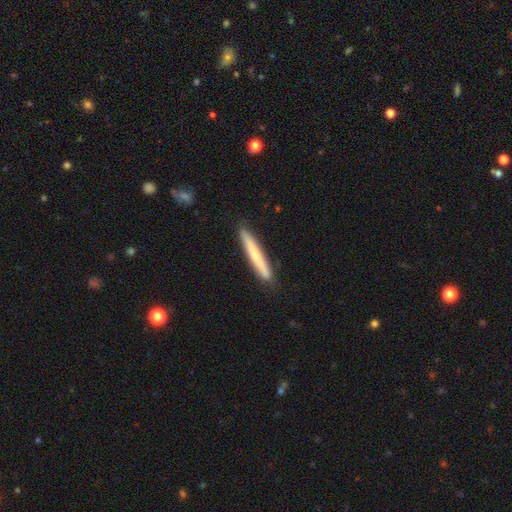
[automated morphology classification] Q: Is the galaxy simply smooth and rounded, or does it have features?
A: smooth — 62%.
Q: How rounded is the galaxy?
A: cigar-shaped — 96%.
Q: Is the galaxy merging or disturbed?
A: none — 90%.